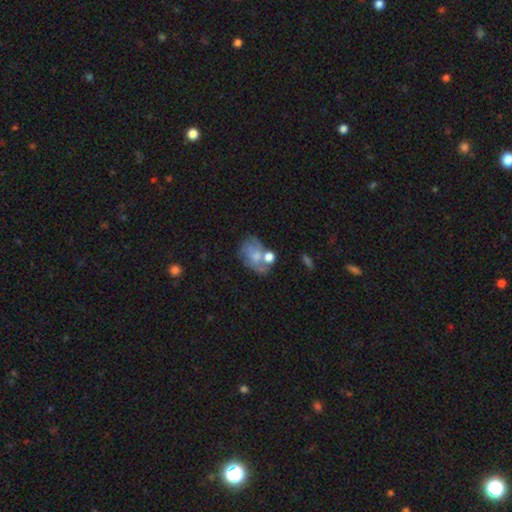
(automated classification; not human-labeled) This is possibly a smooth galaxy (52%). How rounded: likely in between (69%). Merging: marginally merger (33%).